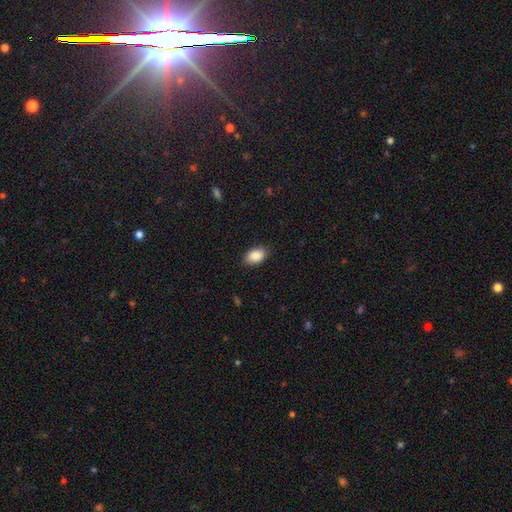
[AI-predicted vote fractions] A smooth galaxy with no disk features (89%) that is in between round and cigar-shaped (90%).

Vote fractions:
- Smooth or featured? smooth: 89% / star or artifact: 7% / featured or disk: 4%
- How rounded? in between: 90% / round: 8% / cigar-shaped: 1%
- Merging? none: 85% / minor disturbance: 11% / major disturbance: 2% / merger: 1%